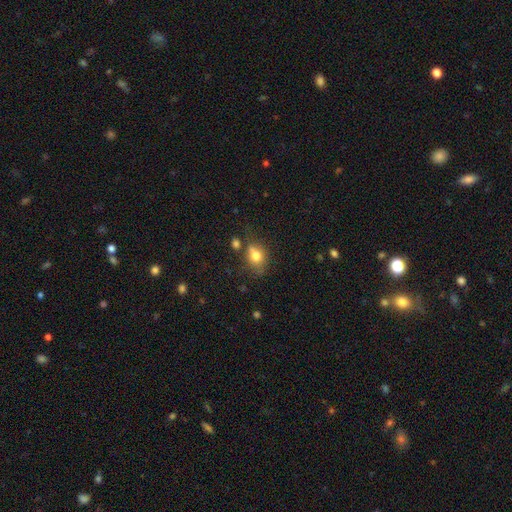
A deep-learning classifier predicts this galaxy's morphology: Smooth or featured? Predicted: smooth (p=0.75). How rounded? Predicted: round (p=0.50). Merging? Predicted: none (p=0.53).